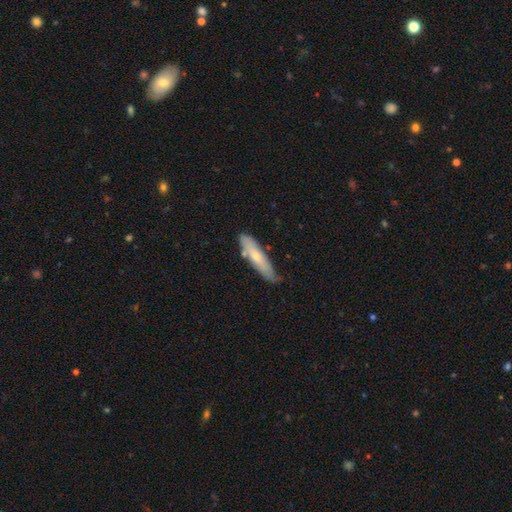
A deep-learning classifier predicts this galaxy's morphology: smooth-or-featured: smooth: 60% | featured or disk: 34% | star or artifact: 6%
  how-rounded: cigar-shaped: 78% | in between: 20% | round: 2%
  merging: none: 64% | minor disturbance: 27% | merger: 5% | major disturbance: 4%